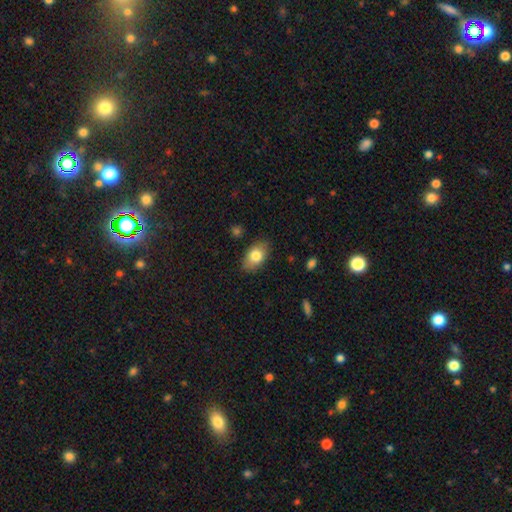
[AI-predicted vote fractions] A smooth galaxy with no disk features (80%) that is in between round and cigar-shaped (89%).

Vote fractions:
- Smooth or featured? smooth: 80% / featured or disk: 13% / star or artifact: 7%
- How rounded? in between: 89% / round: 9% / cigar-shaped: 2%
- Merging? none: 84% / minor disturbance: 12% / major disturbance: 3% / merger: 1%